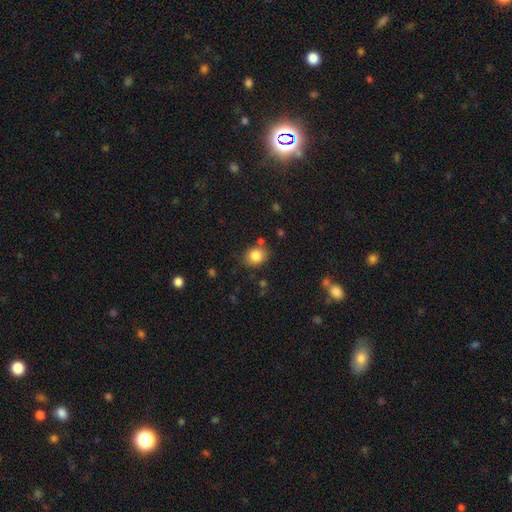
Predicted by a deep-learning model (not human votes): smooth 83%, star or artifact 10%, featured or disk 7%. Down the decision tree: how rounded — round (63%); merging — none (77%).